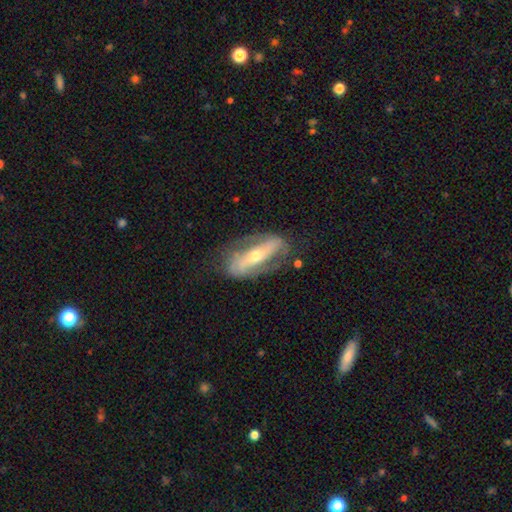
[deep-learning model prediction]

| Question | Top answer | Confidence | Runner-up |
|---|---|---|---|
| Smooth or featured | featured or disk | 74% | smooth (20%) |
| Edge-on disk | no | 77% | yes (23%) |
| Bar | strong | 59% | no (23%) |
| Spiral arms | yes | 68% | no (32%) |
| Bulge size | moderate | 53% | small (41%) |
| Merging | none | 67% | minor disturbance (19%) |